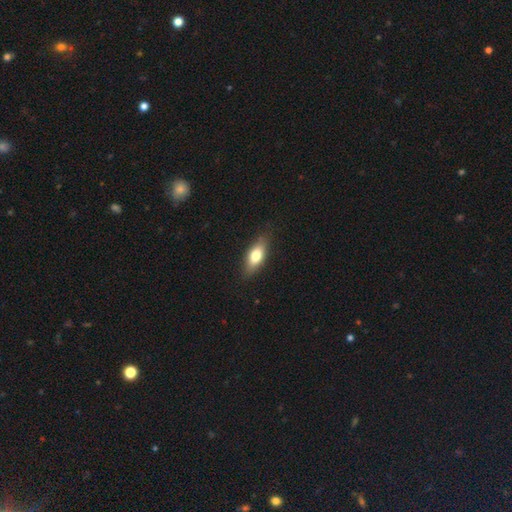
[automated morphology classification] Smooth or featured? smooth (72%)
How rounded? in between (75%)
Merging? none (83%)